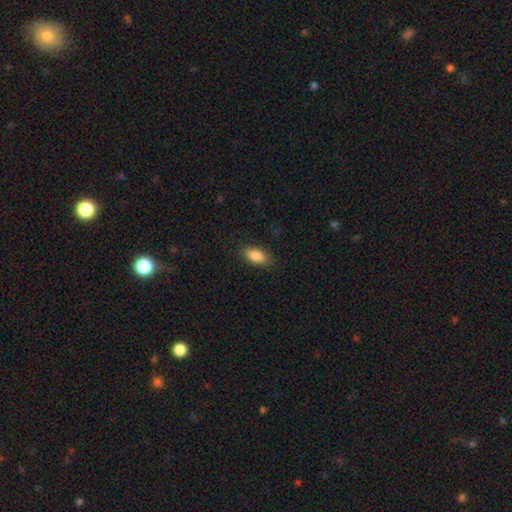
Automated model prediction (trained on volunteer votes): Q: Smooth or featured?
A: smooth (88%); runner-up: star or artifact (7%)
Q: How rounded?
A: in between (91%); runner-up: cigar-shaped (5%)
Q: Merging?
A: none (86%); runner-up: minor disturbance (11%)